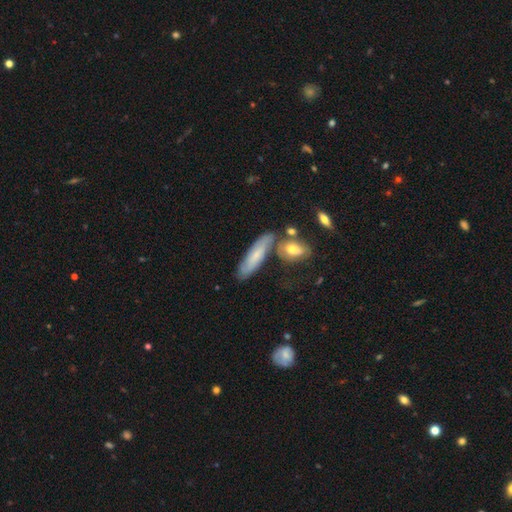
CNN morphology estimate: smooth-or-featured: smooth: 60% | featured or disk: 33% | star or artifact: 7%
  how-rounded: cigar-shaped: 63% | in between: 35% | round: 2%
  merging: none: 64% | minor disturbance: 17% | merger: 15% | major disturbance: 5%